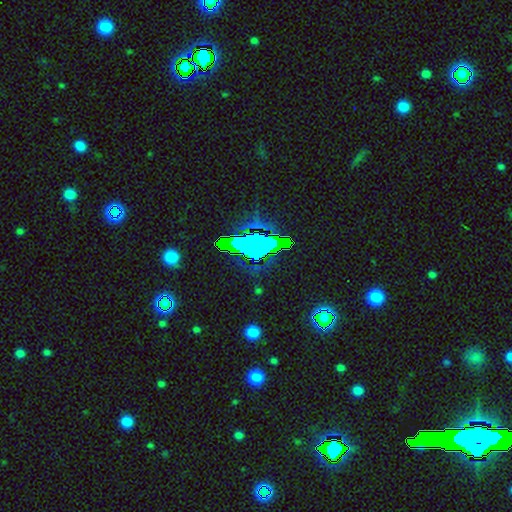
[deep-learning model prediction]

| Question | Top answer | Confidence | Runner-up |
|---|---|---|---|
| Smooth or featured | star or artifact | 68% | smooth (19%) |